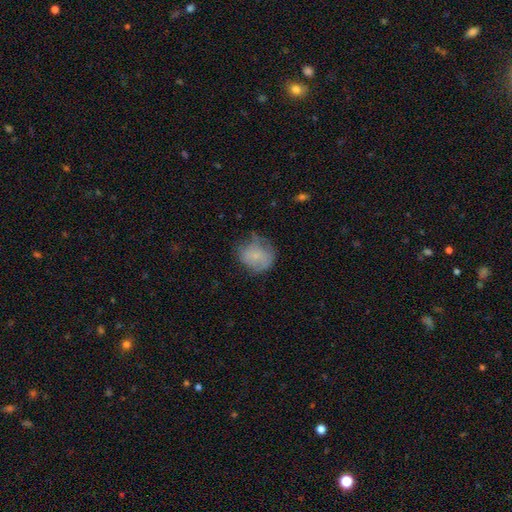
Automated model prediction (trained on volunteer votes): Q: Smooth or featured?
A: smooth (68%); runner-up: featured or disk (23%)
Q: How rounded?
A: round (73%); runner-up: in between (26%)
Q: Merging?
A: none (51%); runner-up: minor disturbance (31%)